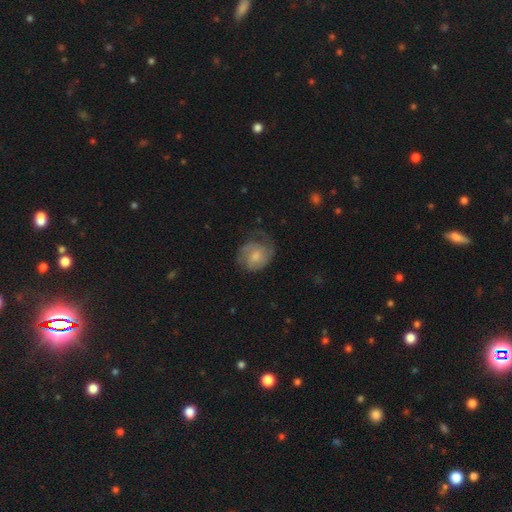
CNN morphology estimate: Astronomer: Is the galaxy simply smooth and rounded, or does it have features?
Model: featured or disk — 49% (runner-up: smooth, 45%).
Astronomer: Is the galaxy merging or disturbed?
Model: none — 47% (runner-up: minor disturbance, 28%).